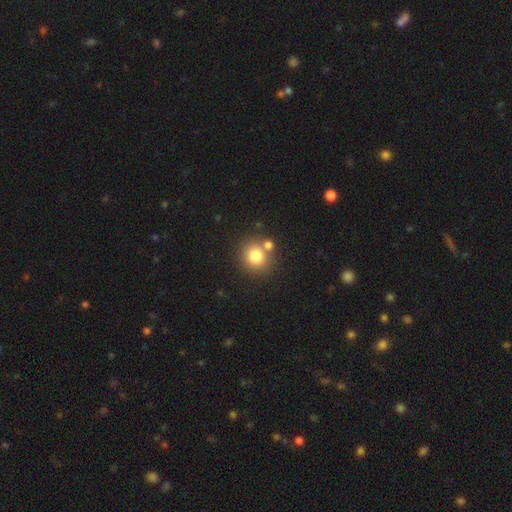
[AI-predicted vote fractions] Smooth or featured? Predicted: smooth (p=0.78). How rounded? Predicted: round (p=0.88). Merging? Predicted: none (p=0.70).